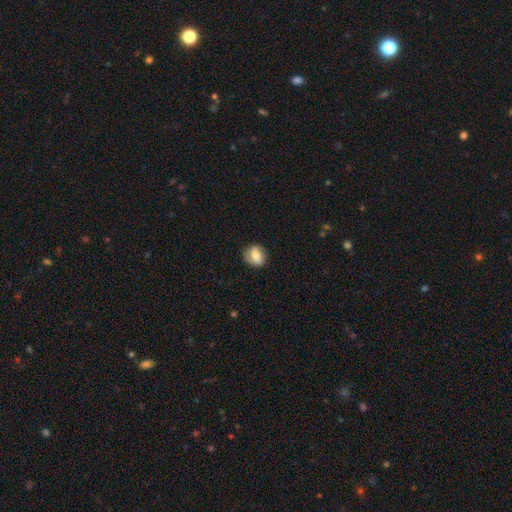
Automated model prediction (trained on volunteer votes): Smooth or featured? smooth (71%)
How rounded? round (56%)
Merging? none (80%)